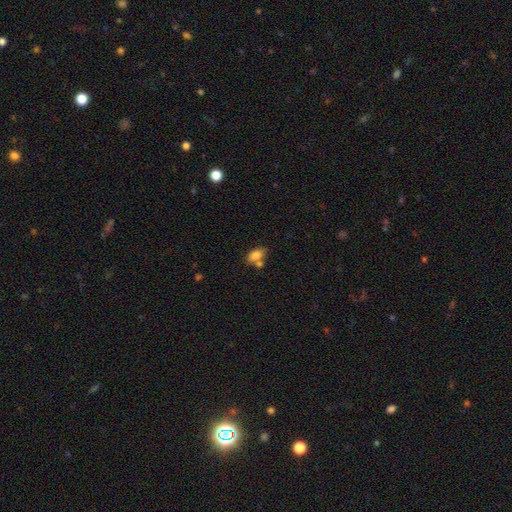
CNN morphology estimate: A smooth galaxy with no disk features (81%) that is in between round and cigar-shaped (88%).

Vote fractions:
- Smooth or featured? smooth: 81% / featured or disk: 10% / star or artifact: 9%
- How rounded? in between: 88% / round: 8% / cigar-shaped: 4%
- Merging? none: 55% / merger: 26% / minor disturbance: 14% / major disturbance: 4%